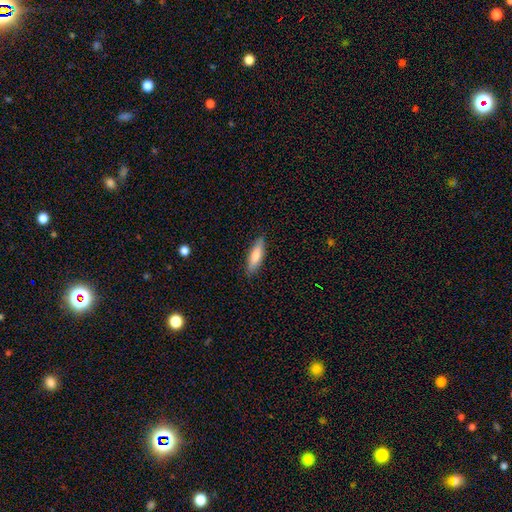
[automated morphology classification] Smooth or featured?
  - smooth: 75% *
  - featured or disk: 19%
  - star or artifact: 6%
How rounded?
  - cigar-shaped: 64% *
  - in between: 35%
  - round: 2%
Merging?
  - none: 88% *
  - minor disturbance: 9%
  - major disturbance: 2%
  - merger: 1%